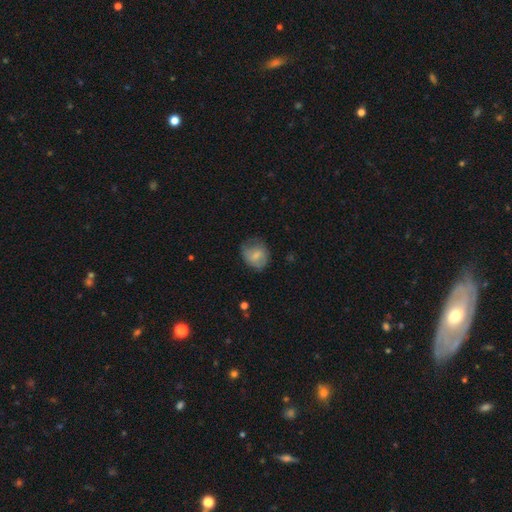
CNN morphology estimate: Overall: smooth (64%; featured or disk 28%). How rounded: round (59%; in between 40%). Merging: none (54%; minor disturbance 31%).